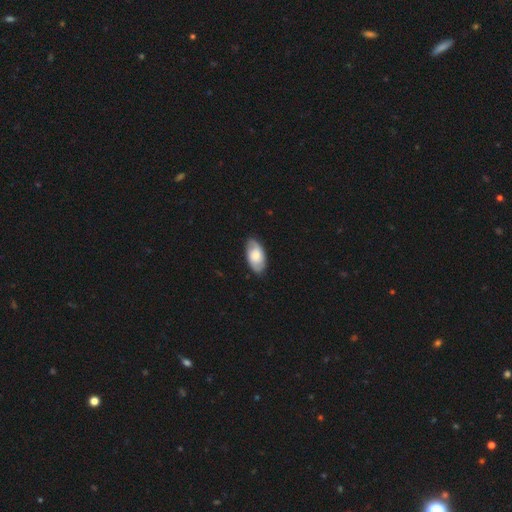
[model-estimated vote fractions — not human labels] A featured or disk galaxy (47%, tied with smooth).

Vote fractions:
- Smooth or featured? featured or disk: 47% (tied) / smooth: 47% (tied) / star or artifact: 6%
- Merging? none: 84% / minor disturbance: 13% / major disturbance: 3% / merger: 1%